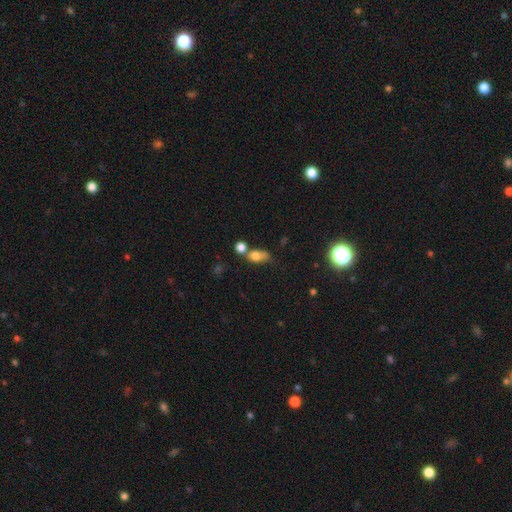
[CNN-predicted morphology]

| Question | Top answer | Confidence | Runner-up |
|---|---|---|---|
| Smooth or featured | smooth | 72% | featured or disk (15%) |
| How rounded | in between | 56% | round (40%) |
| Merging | merger | 41% | none (32%) |